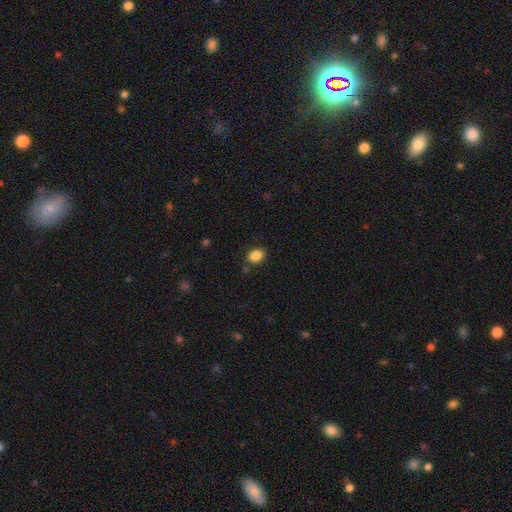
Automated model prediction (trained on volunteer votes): Morphology: type=smooth (86%); roundness=in between (56%); merging=none (83%).